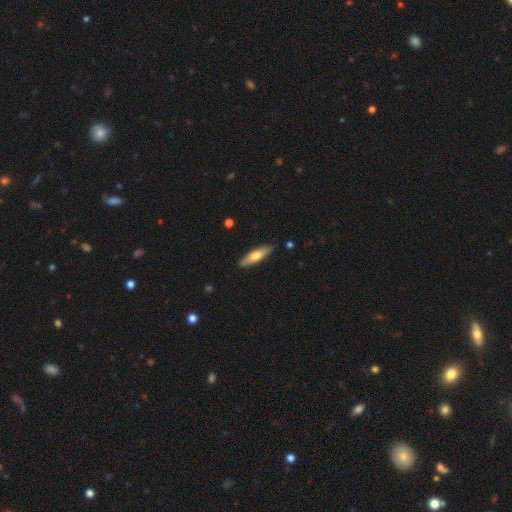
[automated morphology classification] Smooth or featured? Predicted: smooth (p=0.56). How rounded? Predicted: cigar-shaped (p=0.70). Merging? Predicted: none (p=0.90).